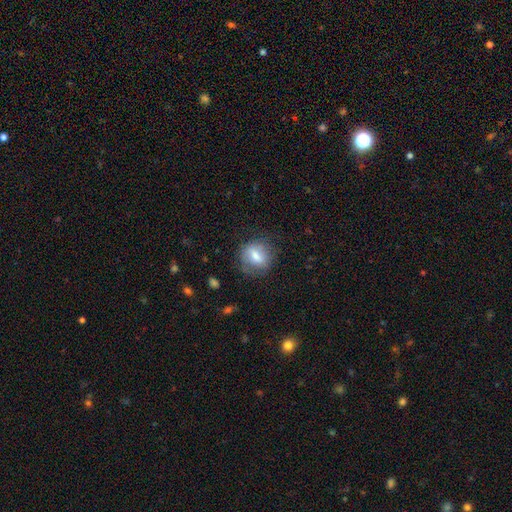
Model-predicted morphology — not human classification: smooth_or_featured: smooth (p=0.64) [alt: featured or disk p=0.28]
how_rounded: round (p=0.57) [alt: in between p=0.40]
merging: none (p=0.69) [alt: minor disturbance p=0.21]